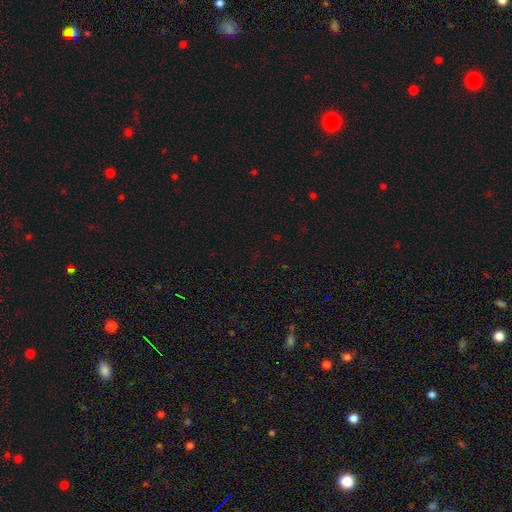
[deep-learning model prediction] Smooth or featured? star or artifact (72%)